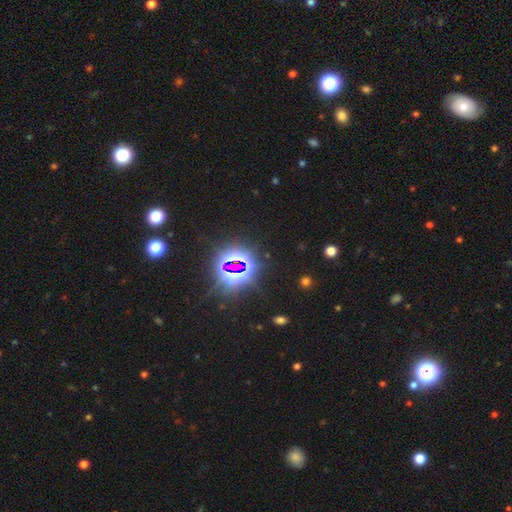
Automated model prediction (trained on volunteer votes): A star or artifact, not a galaxy (83%).

Vote fractions:
- Smooth or featured? star or artifact: 83% / smooth: 10% / featured or disk: 7%